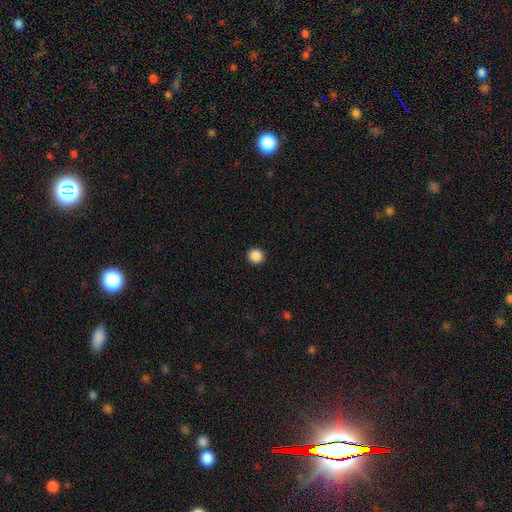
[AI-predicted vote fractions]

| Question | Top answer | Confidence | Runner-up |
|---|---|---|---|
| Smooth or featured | smooth | 88% | star or artifact (10%) |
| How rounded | round | 93% | in between (6%) |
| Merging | none | 93% | minor disturbance (5%) |